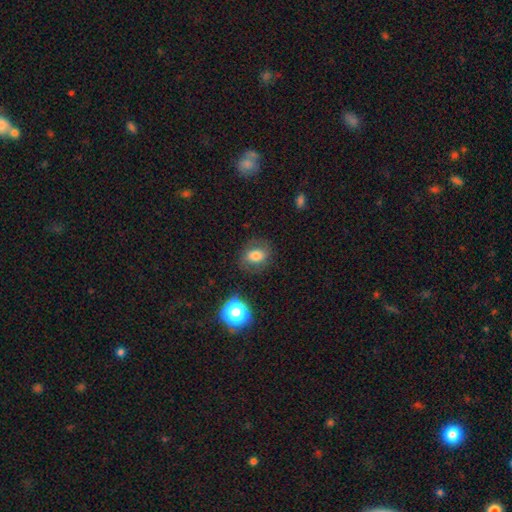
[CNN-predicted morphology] smooth-or-featured: smooth: 71% | featured or disk: 16% | star or artifact: 13%
  how-rounded: in between: 61% | round: 37% | cigar-shaped: 2%
  merging: none: 76% | minor disturbance: 16% | major disturbance: 7% | merger: 2%